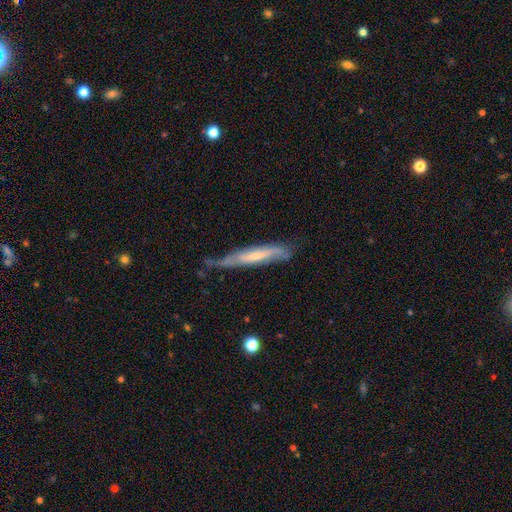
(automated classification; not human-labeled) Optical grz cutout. It shows a featured or disk galaxy (56%) viewed edge-on (75%). Merging: none (58%).